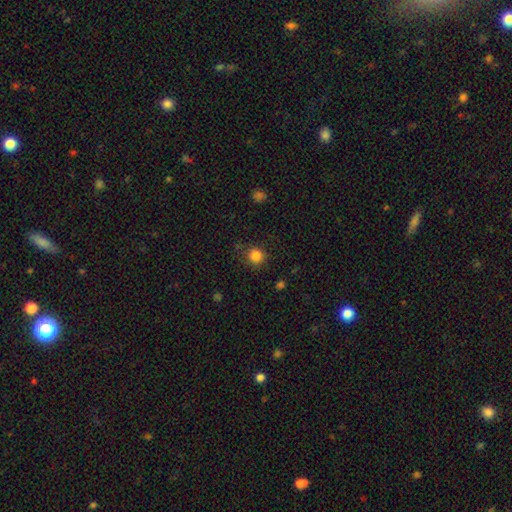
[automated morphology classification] Smooth or featured?
  - smooth: 85% *
  - star or artifact: 12%
  - featured or disk: 4%
How rounded?
  - round: 91% *
  - in between: 8%
  - cigar-shaped: 1%
Merging?
  - none: 85% *
  - minor disturbance: 10%
  - major disturbance: 3%
  - merger: 2%